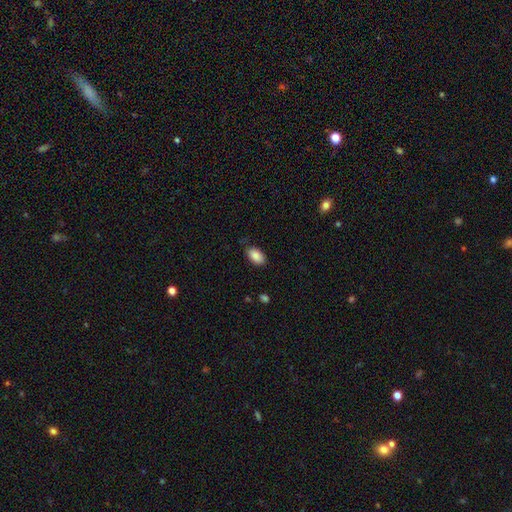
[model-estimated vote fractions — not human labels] smooth 88%, star or artifact 7%, featured or disk 5%. Down the decision tree: how rounded — in between (92%); merging — none (78%).